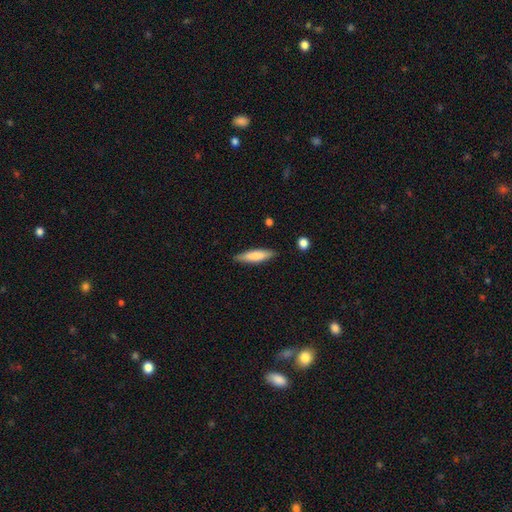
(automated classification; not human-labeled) Smooth or featured?
  - smooth: 78% *
  - featured or disk: 17%
  - star or artifact: 6%
How rounded?
  - cigar-shaped: 71% *
  - in between: 27%
  - round: 1%
Merging?
  - none: 85% *
  - minor disturbance: 11%
  - major disturbance: 2%
  - merger: 2%